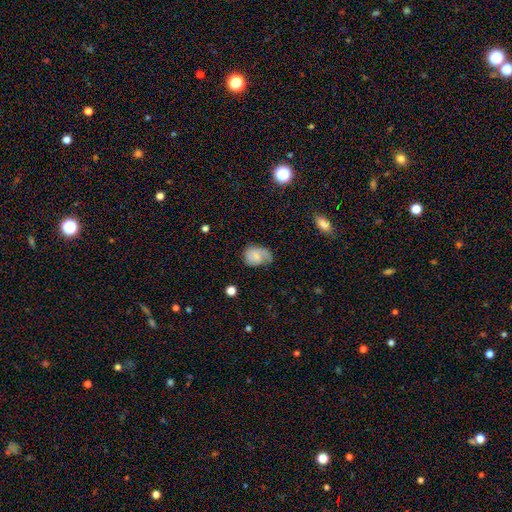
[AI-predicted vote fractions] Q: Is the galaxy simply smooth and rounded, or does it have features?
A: smooth — 55%.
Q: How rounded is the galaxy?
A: in between — 70%.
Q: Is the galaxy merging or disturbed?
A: none — 44%.